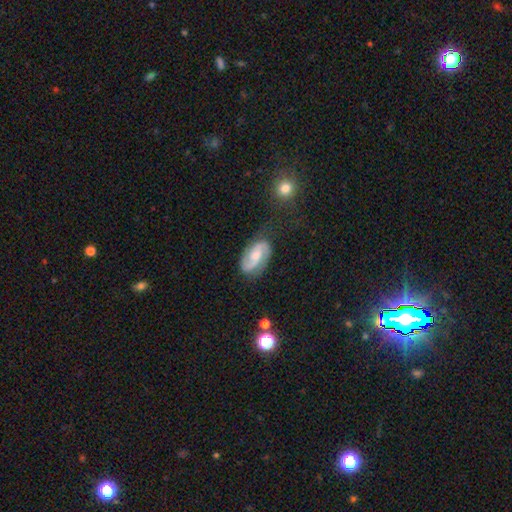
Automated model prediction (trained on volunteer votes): Smooth or featured? featured or disk (79%)
Edge-on disk? no (97%)
Bar? weak (44%)
Spiral arms? yes (96%)
Spiral winding? medium (48%)
Spiral arm count? 2 (90%)
Bulge size? moderate (51%)
Merging? none (74%)